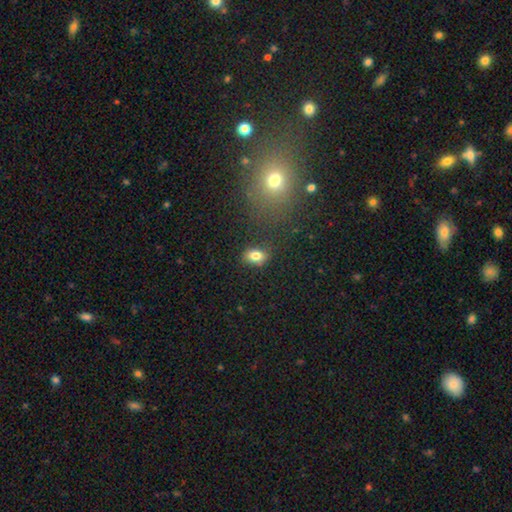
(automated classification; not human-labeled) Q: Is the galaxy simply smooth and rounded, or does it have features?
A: smooth — 82%.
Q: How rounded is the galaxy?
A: in between — 79%.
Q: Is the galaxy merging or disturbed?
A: none — 83%.